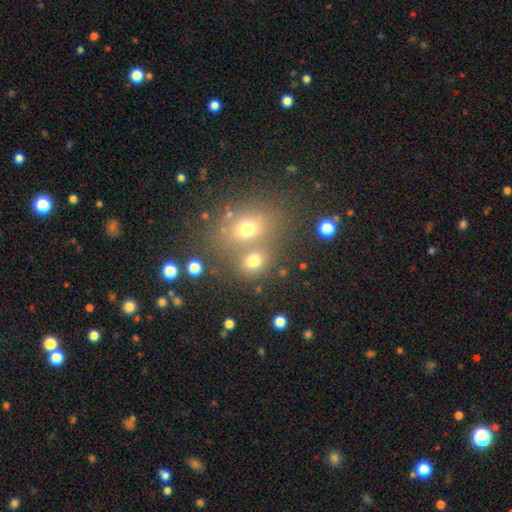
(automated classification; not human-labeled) Smooth or featured: smooth — 65% (star or artifact — 20%)
How rounded: round — 54% (in between — 45%)
Merging: none — 46% (merger — 41%)